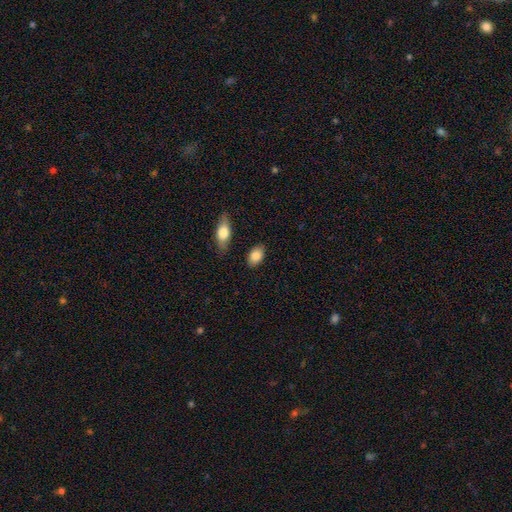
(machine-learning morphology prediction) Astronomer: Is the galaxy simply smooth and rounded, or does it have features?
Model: smooth — 86%.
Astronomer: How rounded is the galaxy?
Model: in between — 87%.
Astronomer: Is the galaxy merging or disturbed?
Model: none — 84%.